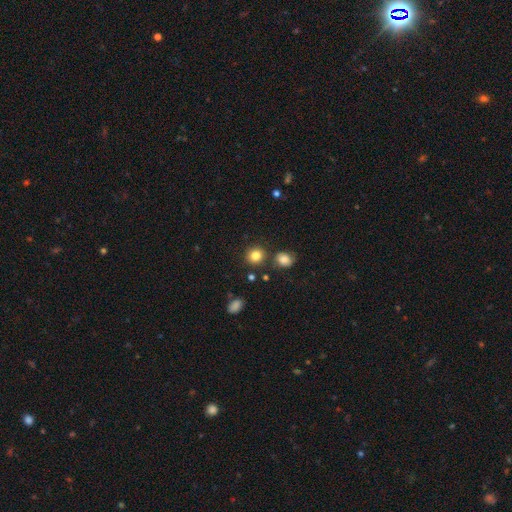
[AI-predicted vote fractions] smooth_or_featured: smooth (p=0.83) [alt: star or artifact p=0.11]
how_rounded: round (p=0.86) [alt: in between p=0.13]
merging: none (p=0.82) [alt: minor disturbance p=0.08]